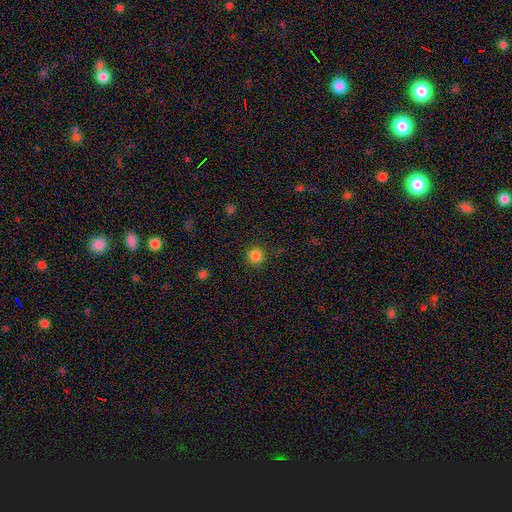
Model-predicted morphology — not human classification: smooth_or_featured: smooth (p=0.85) [alt: star or artifact p=0.12]
how_rounded: round (p=0.94) [alt: in between p=0.05]
merging: none (p=0.88) [alt: minor disturbance p=0.08]